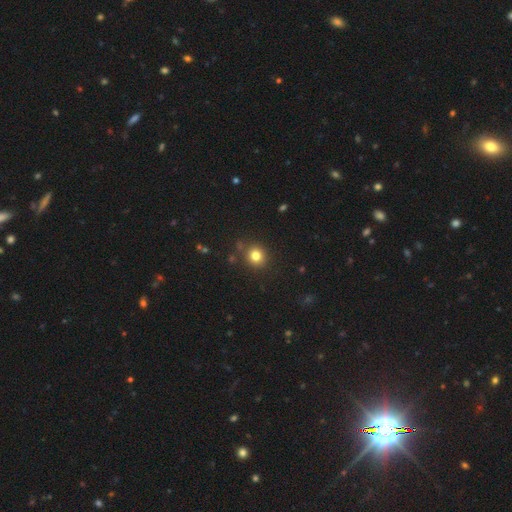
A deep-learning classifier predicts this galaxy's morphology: This appears to be a smooth galaxy with no disk features (80%) that is round (84%). Merging: none (84%).